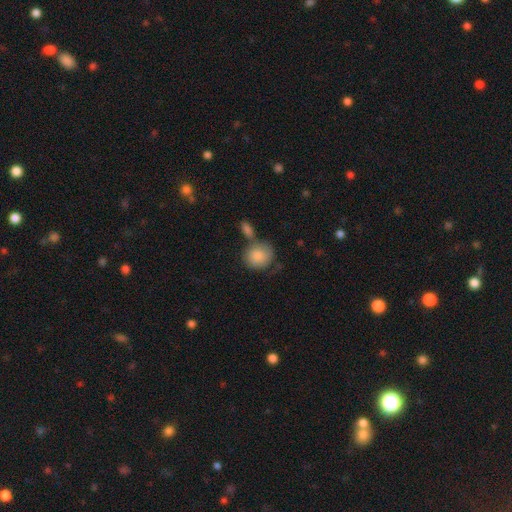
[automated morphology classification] Smooth or featured? Predicted: smooth (p=0.86). How rounded? Predicted: round (p=0.72). Merging? Predicted: none (p=0.51).